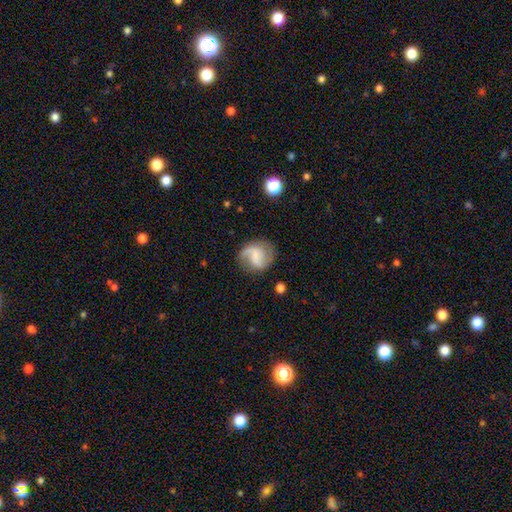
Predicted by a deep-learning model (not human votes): A featured or disk galaxy (60%) with a weak bar (47%), 2 (71%) loose (47%) spiral arms (90%) and no central bulge (38%).

Vote fractions:
- Smooth or featured? featured or disk: 60% / smooth: 32% / star or artifact: 8%
- Edge-on disk? no: 98% / yes: 2%
- Bar? weak: 47% / no: 35% / strong: 18%
- Spiral arms? yes: 90% / no: 10%
- Spiral winding? loose: 47% / medium: 38% / tight: 14%
- Spiral arm count? 2: 71% / 1: 19% / can't tell: 7% / 3: 2% / 4: 1% / more than 4: 1%
- Bulge size? none: 38% / small: 37% / moderate: 18% / large: 5% / dominant: 2%
- Merging? none: 66% / minor disturbance: 21% / major disturbance: 12% / merger: 2%